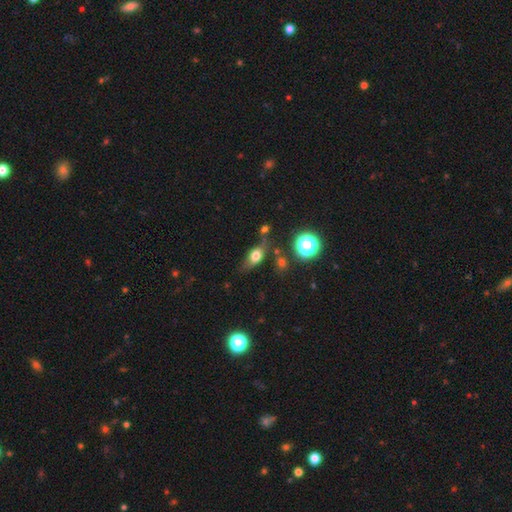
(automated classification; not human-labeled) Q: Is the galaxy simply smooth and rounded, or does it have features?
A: smooth — 68%.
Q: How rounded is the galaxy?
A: in between — 73%.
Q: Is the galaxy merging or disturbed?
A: none — 60%.